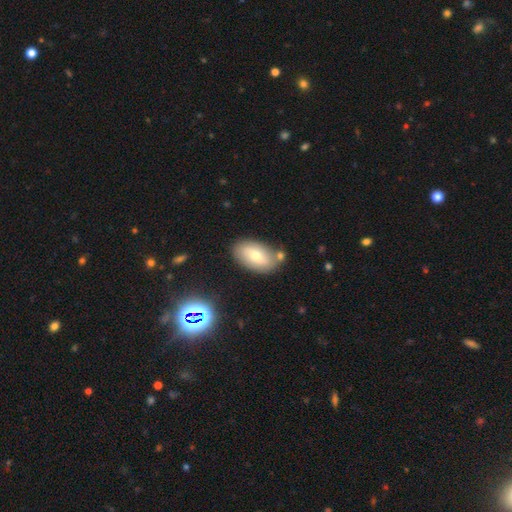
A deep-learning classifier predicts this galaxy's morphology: Smooth or featured?
  - smooth: 65% *
  - featured or disk: 26%
  - star or artifact: 8%
How rounded?
  - in between: 93% *
  - round: 5%
  - cigar-shaped: 2%
Merging?
  - none: 73% *
  - minor disturbance: 14%
  - merger: 10%
  - major disturbance: 3%